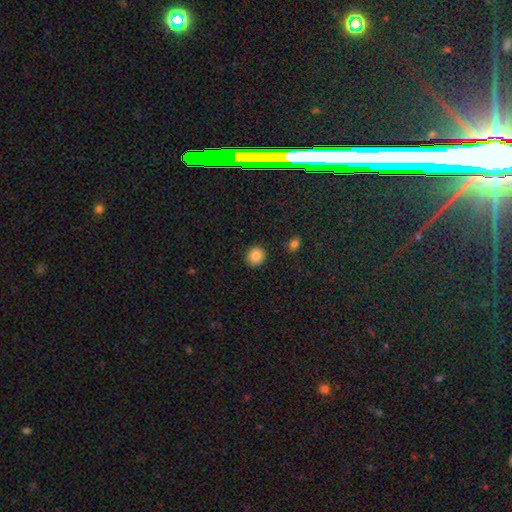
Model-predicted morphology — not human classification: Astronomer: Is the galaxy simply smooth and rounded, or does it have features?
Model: smooth — 86%.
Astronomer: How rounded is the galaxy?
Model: round — 85%.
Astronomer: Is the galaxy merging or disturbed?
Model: none — 91%.